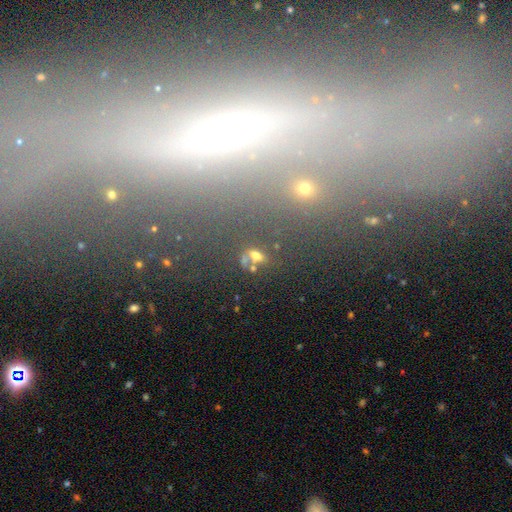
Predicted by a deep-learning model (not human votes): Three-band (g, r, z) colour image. It shows a smooth galaxy with no disk features (57%) that is in between round and cigar-shaped (72%). Merging: none (54%).